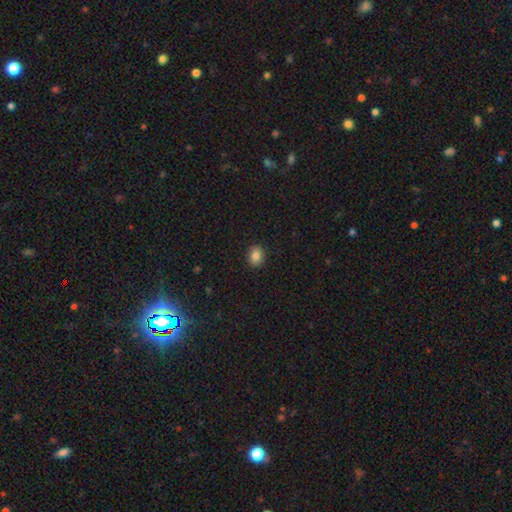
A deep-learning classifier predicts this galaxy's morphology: A smooth galaxy with no disk features (84%) that is round (54%). Merging: none (90%).